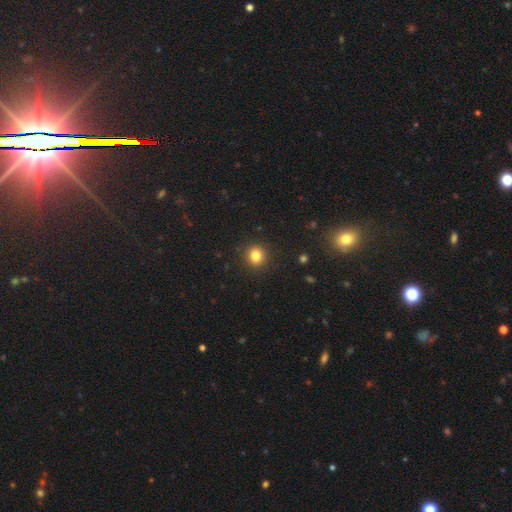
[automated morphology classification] Q: Smooth or featured?
A: smooth (83%); runner-up: star or artifact (12%)
Q: How rounded?
A: round (90%); runner-up: in between (9%)
Q: Merging?
A: none (91%); runner-up: minor disturbance (5%)